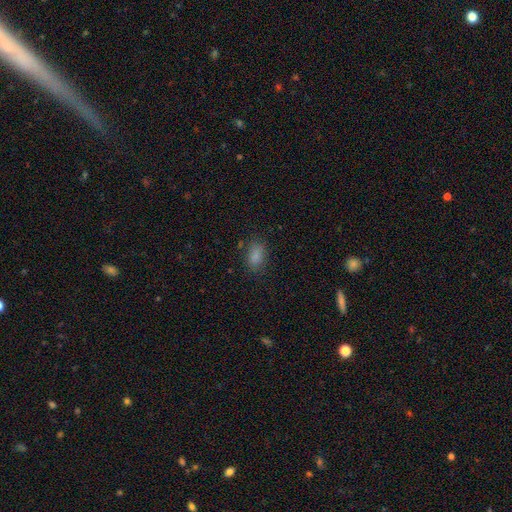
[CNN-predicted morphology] A smooth galaxy with no disk features (84%) that is in between round and cigar-shaped (87%). Merging: none (78%).